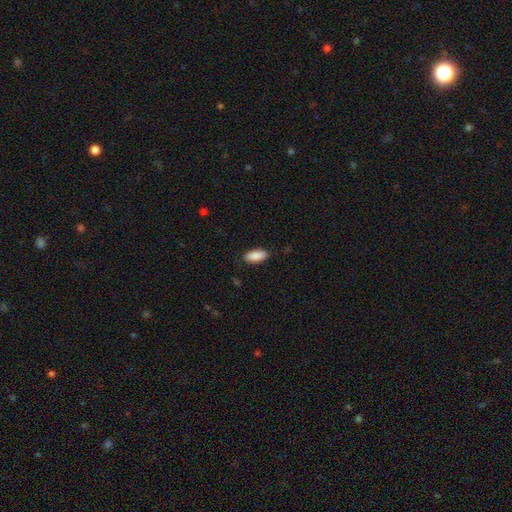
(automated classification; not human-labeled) A smooth galaxy with no disk features (89%) that is in between round and cigar-shaped (83%). Merging: none (86%).